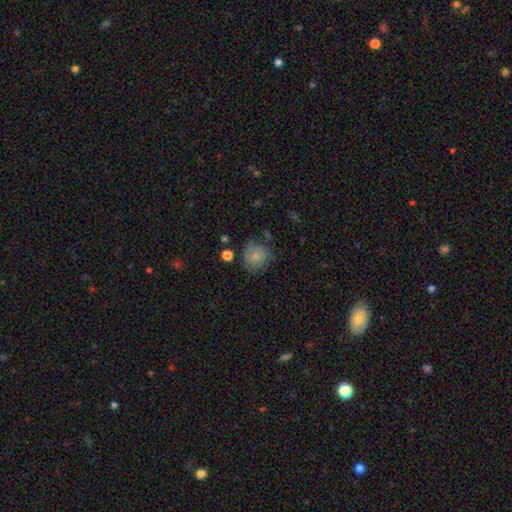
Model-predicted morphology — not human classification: type=smooth (73%); roundness=round (83%); merging=none (63%).